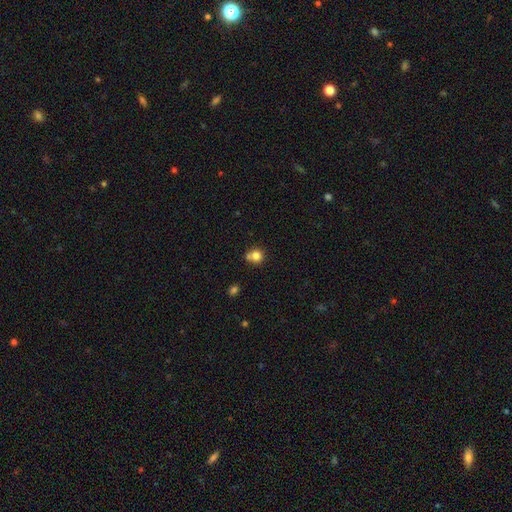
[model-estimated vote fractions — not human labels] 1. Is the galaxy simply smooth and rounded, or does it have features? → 80% smooth, 11% star or artifact, 9% featured or disk.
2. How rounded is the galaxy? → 87% round, 12% in between, 1% cigar-shaped.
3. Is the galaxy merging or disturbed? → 57% none, 27% merger, 13% minor disturbance, 4% major disturbance.